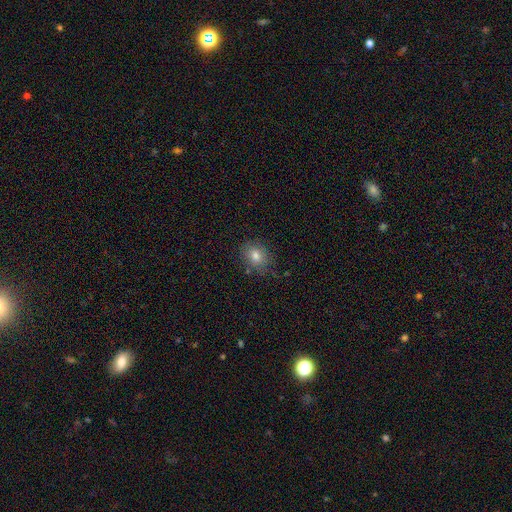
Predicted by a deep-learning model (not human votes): This appears to be a smooth galaxy with no disk features (79%) that is round (59%). Merging: none (78%).